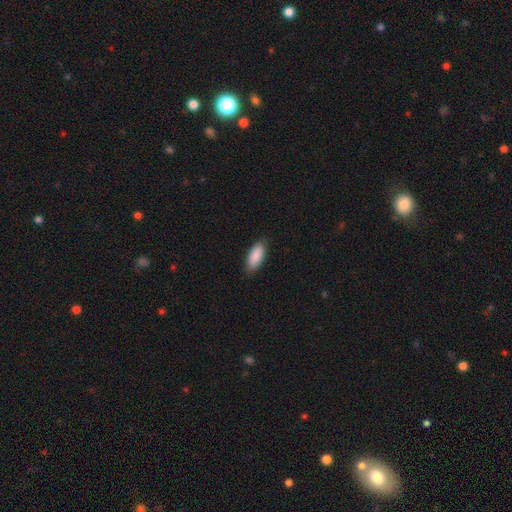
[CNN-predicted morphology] smooth-or-featured: smooth: 89% | star or artifact: 6% | featured or disk: 5%
  how-rounded: in between: 85% | cigar-shaped: 13% | round: 2%
  merging: none: 85% | minor disturbance: 12% | major disturbance: 2% | merger: 1%